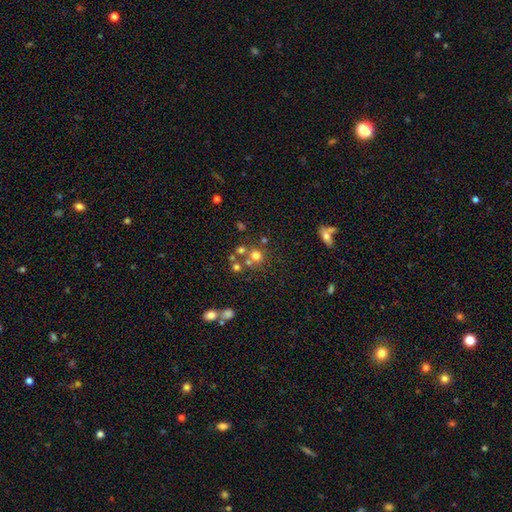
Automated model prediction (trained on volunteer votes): Smooth or featured?
  - smooth: 67% *
  - star or artifact: 19%
  - featured or disk: 14%
How rounded?
  - round: 88% *
  - in between: 11%
  - cigar-shaped: 1%
Merging?
  - none: 60% *
  - merger: 26%
  - minor disturbance: 9%
  - major disturbance: 5%